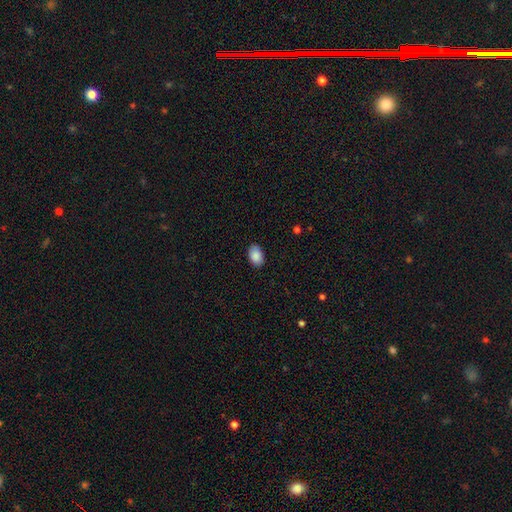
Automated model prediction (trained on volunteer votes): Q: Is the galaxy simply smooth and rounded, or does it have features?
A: smooth — 89%.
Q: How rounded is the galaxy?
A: in between — 90%.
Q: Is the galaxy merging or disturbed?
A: none — 87%.